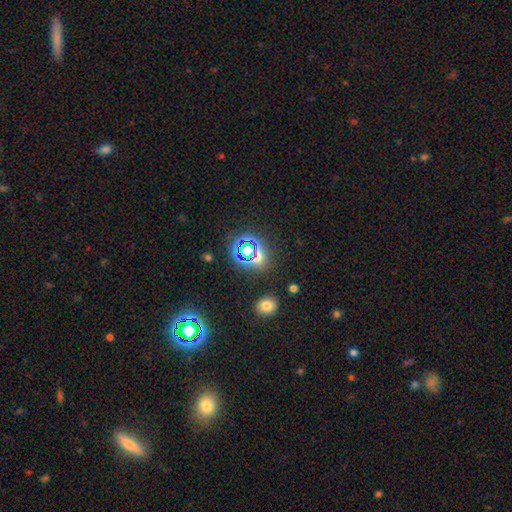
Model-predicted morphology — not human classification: type=star or artifact (65%).